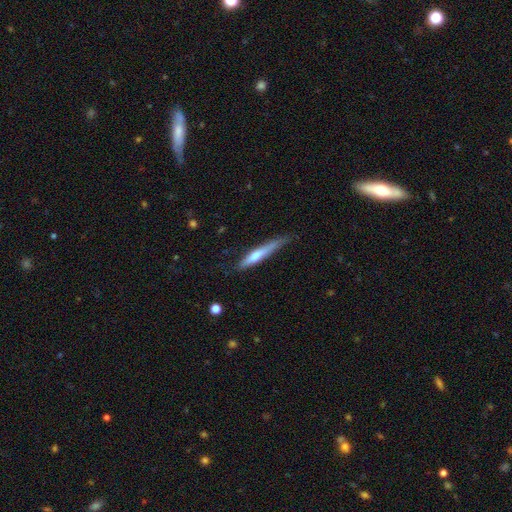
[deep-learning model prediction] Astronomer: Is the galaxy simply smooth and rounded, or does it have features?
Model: smooth — 53% (runner-up: featured or disk, 42%).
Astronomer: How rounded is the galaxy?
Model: cigar-shaped — 93%.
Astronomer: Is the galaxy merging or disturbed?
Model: none — 62%.